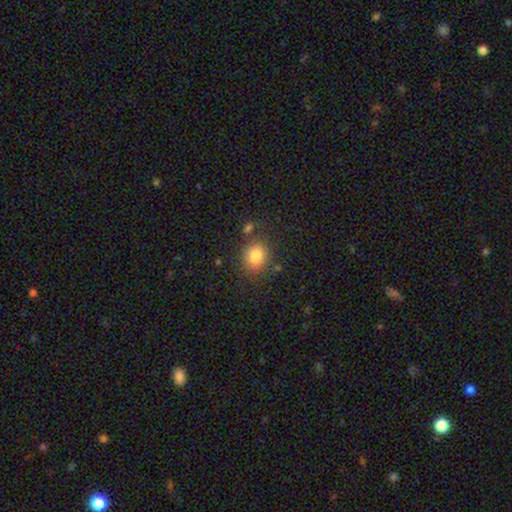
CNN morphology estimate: smooth_or_featured: smooth (p=0.83) [alt: star or artifact p=0.10]
how_rounded: round (p=0.72) [alt: in between p=0.27]
merging: none (p=0.78) [alt: minor disturbance p=0.12]